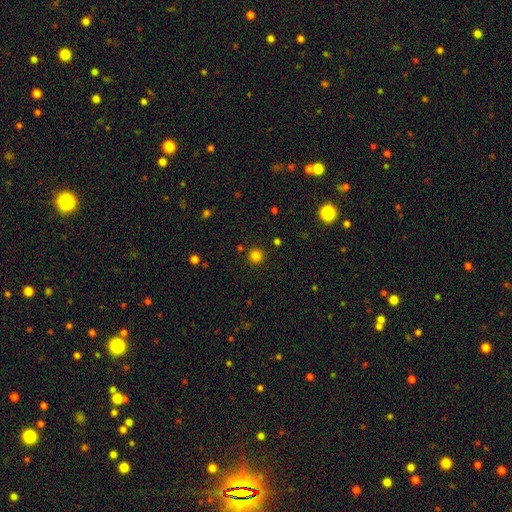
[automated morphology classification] Smooth or featured?
  - smooth: 81% *
  - star or artifact: 15%
  - featured or disk: 4%
How rounded?
  - round: 95% *
  - in between: 4%
  - cigar-shaped: 1%
Merging?
  - none: 89% *
  - minor disturbance: 6%
  - merger: 2%
  - major disturbance: 2%